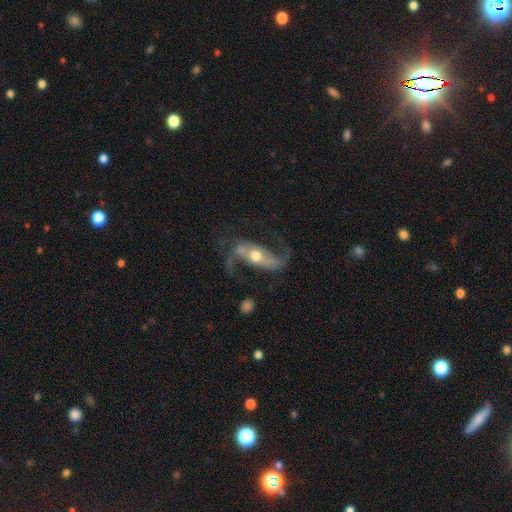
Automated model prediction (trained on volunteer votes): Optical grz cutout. It shows a featured or disk galaxy (84%) with a strong bar (36%), 2 (92%) loose (69%) spiral arms (94%) and a moderate central bulge (70%). Merging: none (63%).